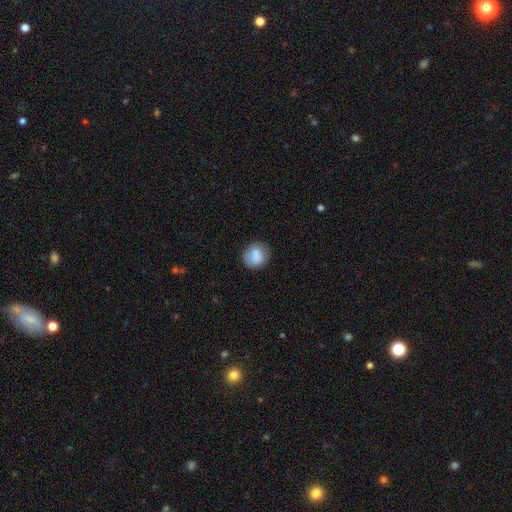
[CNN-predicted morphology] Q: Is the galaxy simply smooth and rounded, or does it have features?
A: smooth — 79%.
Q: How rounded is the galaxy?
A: round — 77%.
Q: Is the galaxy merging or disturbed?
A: none — 75%.